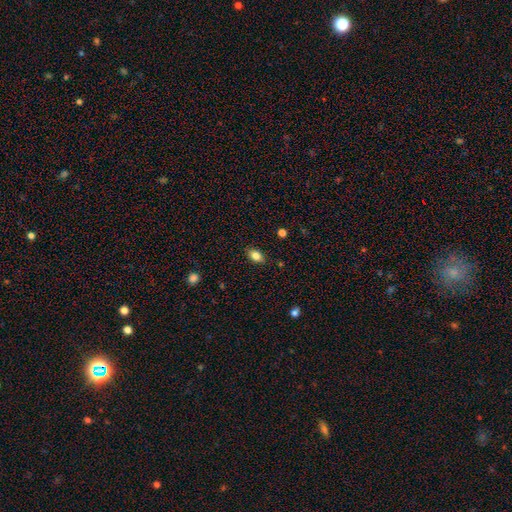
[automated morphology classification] A smooth galaxy with no disk features (83%) that is in between round and cigar-shaped (85%).

Vote fractions:
- Smooth or featured? smooth: 83% / star or artifact: 9% / featured or disk: 8%
- How rounded? in between: 85% / round: 13% / cigar-shaped: 3%
- Merging? none: 87% / minor disturbance: 10% / major disturbance: 2% / merger: 1%